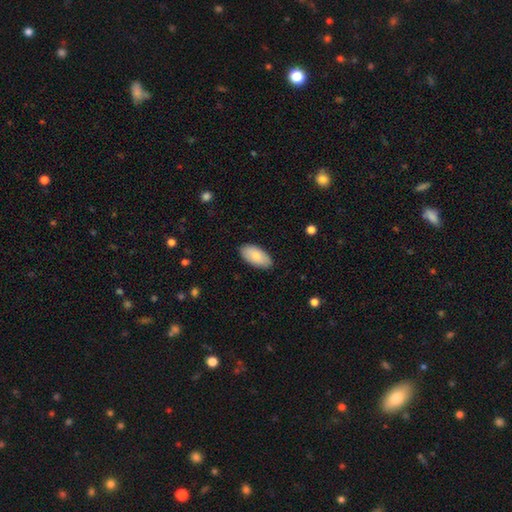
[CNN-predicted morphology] Smooth or featured? Predicted: smooth (p=0.79). How rounded? Predicted: in between (p=0.95). Merging? Predicted: none (p=0.86).